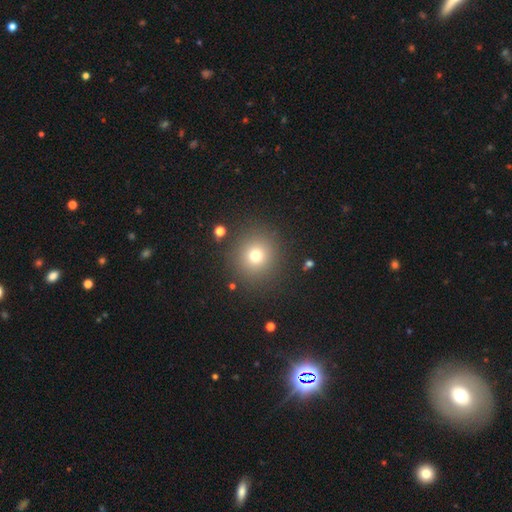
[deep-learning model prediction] Smooth or featured? smooth (74%)
How rounded? round (92%)
Merging? none (88%)